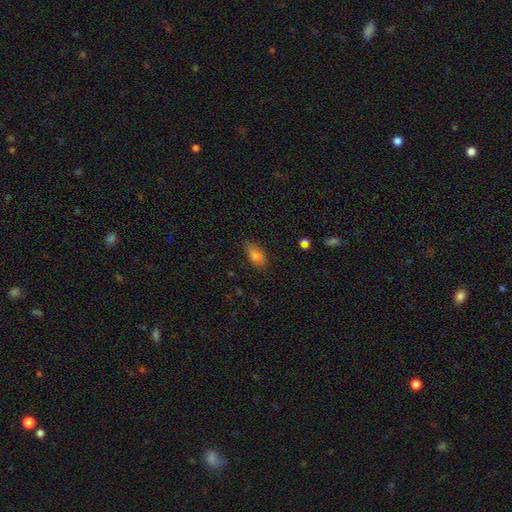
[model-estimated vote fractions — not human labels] A smooth galaxy with no disk features (77%) that is in between round and cigar-shaped (87%). Merging: none (80%).